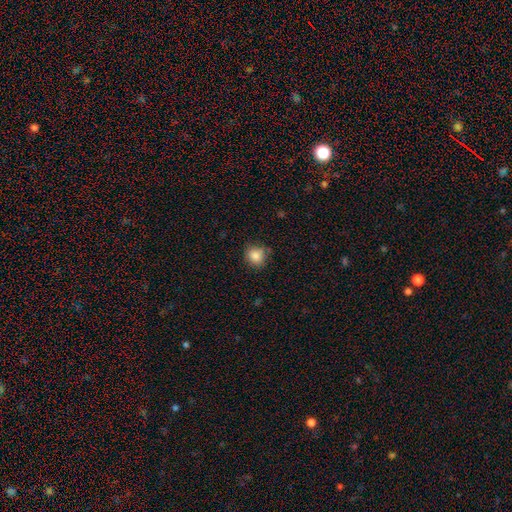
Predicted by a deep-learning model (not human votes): smooth 85%, star or artifact 10%, featured or disk 6%. Down the decision tree: how rounded — round (79%); merging — none (76%).